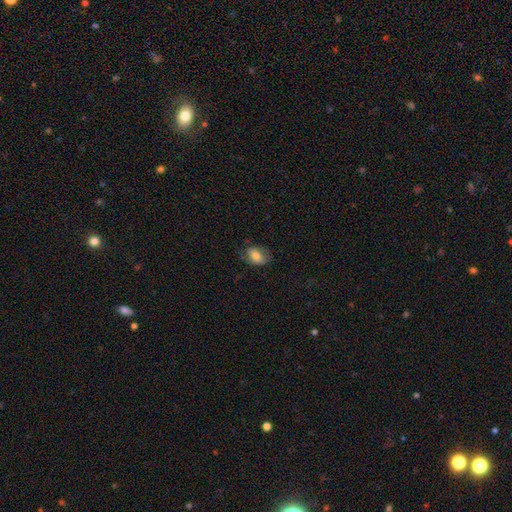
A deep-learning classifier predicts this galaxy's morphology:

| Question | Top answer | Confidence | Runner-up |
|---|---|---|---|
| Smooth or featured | smooth | 70% | featured or disk (22%) |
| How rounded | in between | 80% | round (18%) |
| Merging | none | 63% | minor disturbance (25%) |